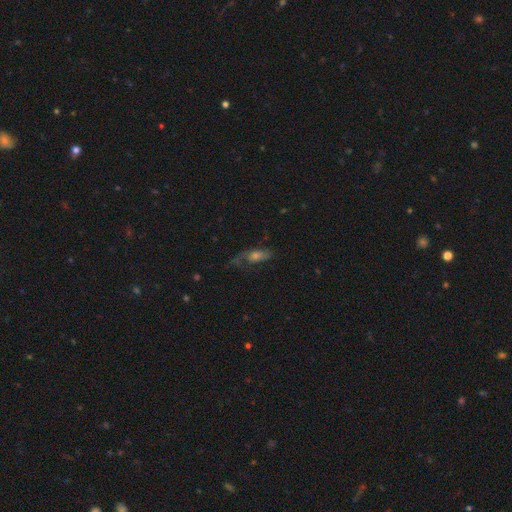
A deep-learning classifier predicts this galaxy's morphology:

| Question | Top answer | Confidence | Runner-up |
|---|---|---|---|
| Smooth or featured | featured or disk | 52% | smooth (31%) |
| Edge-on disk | no | 70% | yes (30%) |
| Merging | none | 49% | major disturbance (25%) |